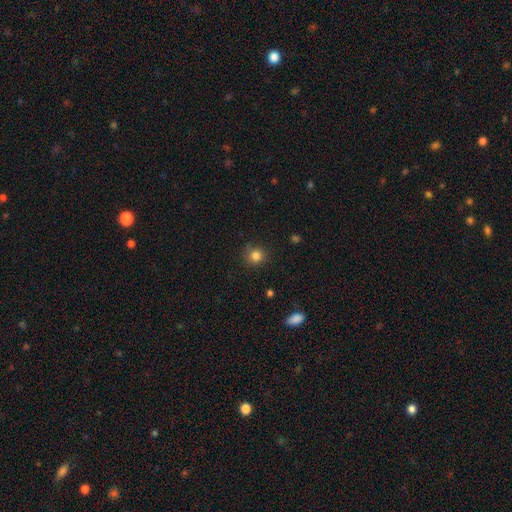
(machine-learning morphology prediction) A smooth galaxy with no disk features (83%) that is round (90%).

Vote fractions:
- Smooth or featured? smooth: 83% / star or artifact: 12% / featured or disk: 5%
- How rounded? round: 90% / in between: 9% / cigar-shaped: 1%
- Merging? none: 83% / minor disturbance: 13% / major disturbance: 3% / merger: 1%